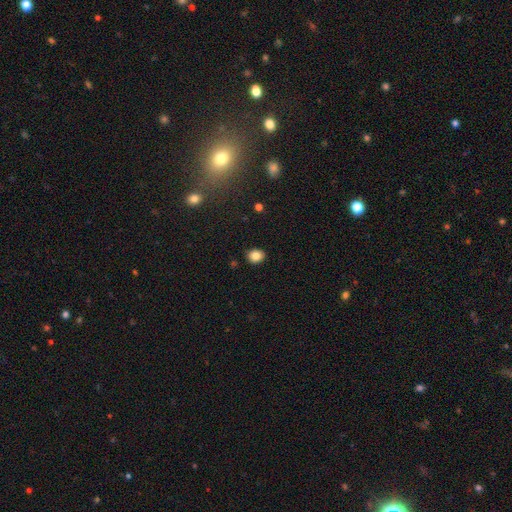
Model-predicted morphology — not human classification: smooth-or-featured: smooth: 83% | star or artifact: 10% | featured or disk: 6%
  how-rounded: round: 64% | in between: 35% | cigar-shaped: 1%
  merging: none: 89% | minor disturbance: 8% | major disturbance: 2% | merger: 1%